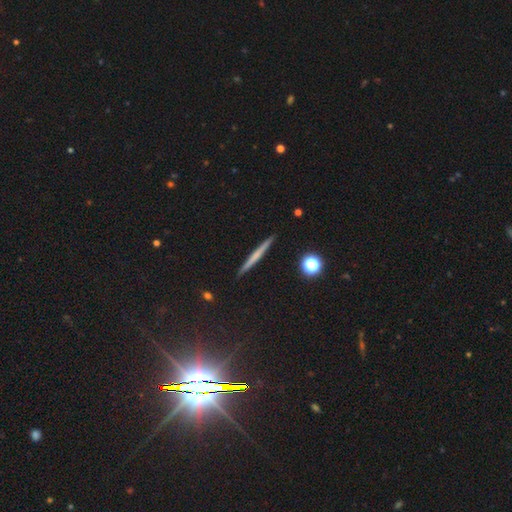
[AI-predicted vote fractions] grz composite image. It shows a featured or disk galaxy (46%). Merging: none (92%).